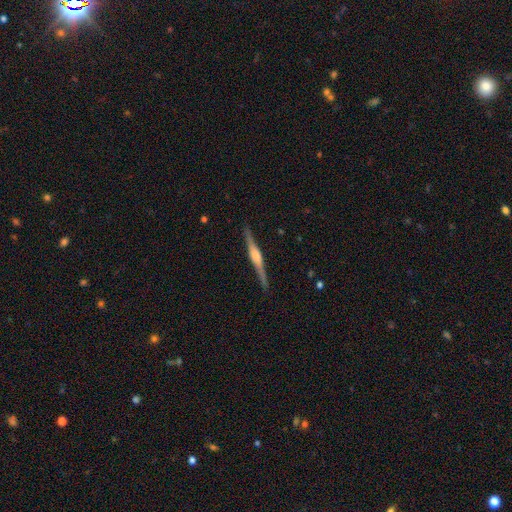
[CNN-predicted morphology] Overall: featured or disk (79%). Edge-on disk: yes (98%). Edge-on bulge: rounded (60%; boxy 33%). Merging: none (89%).